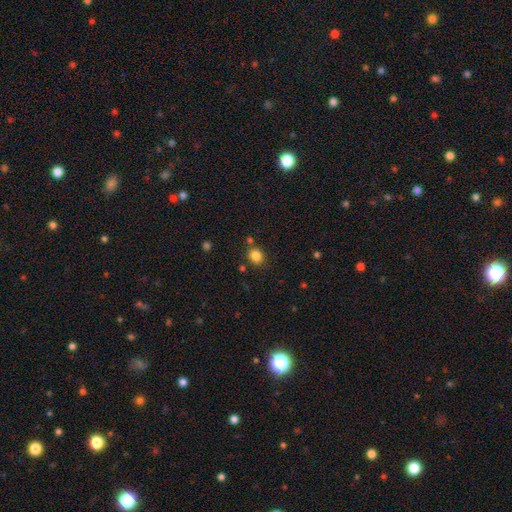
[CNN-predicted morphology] Smooth or featured? Predicted: smooth (p=0.84). How rounded? Predicted: round (p=0.66). Merging? Predicted: none (p=0.79).